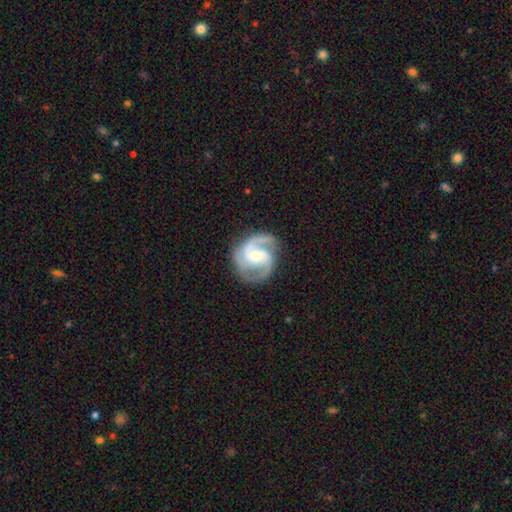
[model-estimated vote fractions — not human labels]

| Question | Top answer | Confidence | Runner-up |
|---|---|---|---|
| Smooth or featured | featured or disk | 90% | smooth (5%) |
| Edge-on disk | no | 98% | yes (2%) |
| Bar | no | 45% | weak (41%) |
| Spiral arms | yes | 98% | no (2%) |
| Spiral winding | medium | 60% | tight (29%) |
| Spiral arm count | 2 | 60% | 3 (28%) |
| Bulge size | small | 53% | moderate (42%) |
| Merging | none | 77% | minor disturbance (15%) |